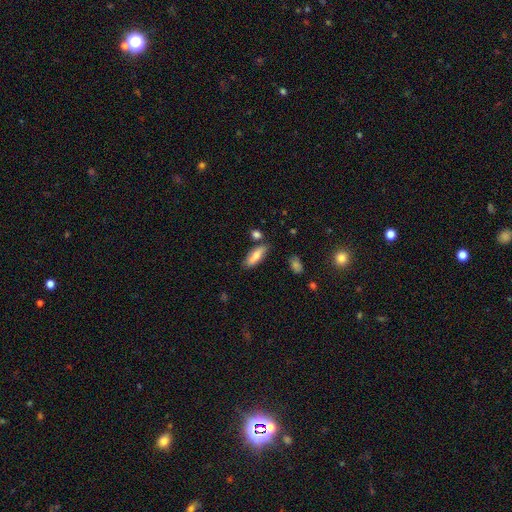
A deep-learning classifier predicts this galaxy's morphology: Q: Smooth or featured?
A: smooth (67%); runner-up: featured or disk (26%)
Q: How rounded?
A: in between (63%); runner-up: cigar-shaped (34%)
Q: Merging?
A: none (69%); runner-up: minor disturbance (17%)